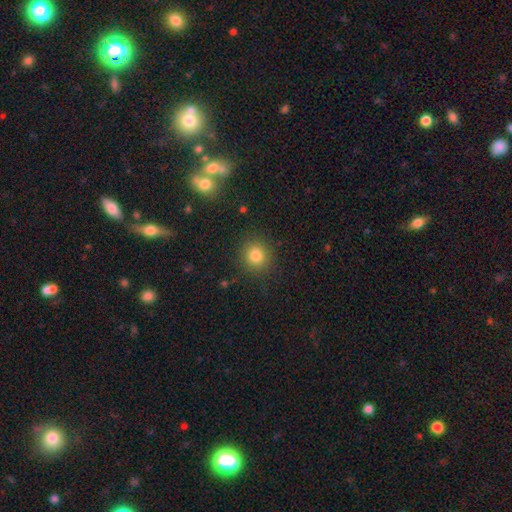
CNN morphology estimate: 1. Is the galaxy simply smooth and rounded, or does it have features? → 81% smooth, 13% star or artifact, 6% featured or disk.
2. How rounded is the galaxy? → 88% round, 11% in between, 1% cigar-shaped.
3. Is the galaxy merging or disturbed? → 88% none, 7% minor disturbance, 3% major disturbance, 1% merger.